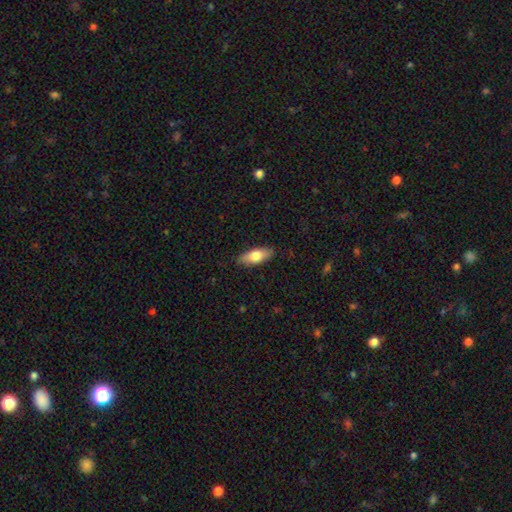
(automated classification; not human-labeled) This appears to be a smooth galaxy with no disk features (73%) that is in between round and cigar-shaped (75%). Merging: none (86%).